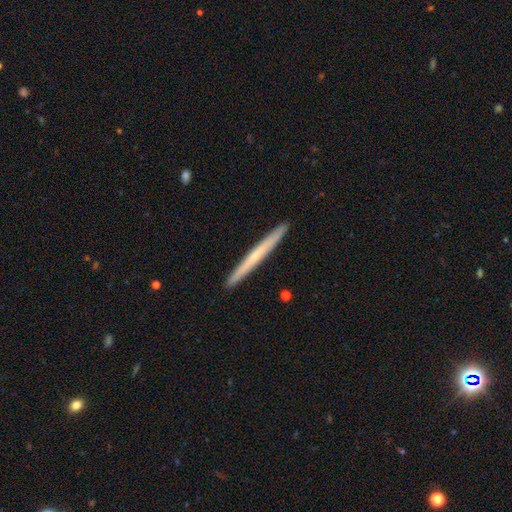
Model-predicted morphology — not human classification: Smooth or featured? Predicted: featured or disk (p=0.53). Edge-on disk? Predicted: yes (p=0.97). Edge-on bulge? Predicted: none (p=0.63). Merging? Predicted: none (p=0.93).